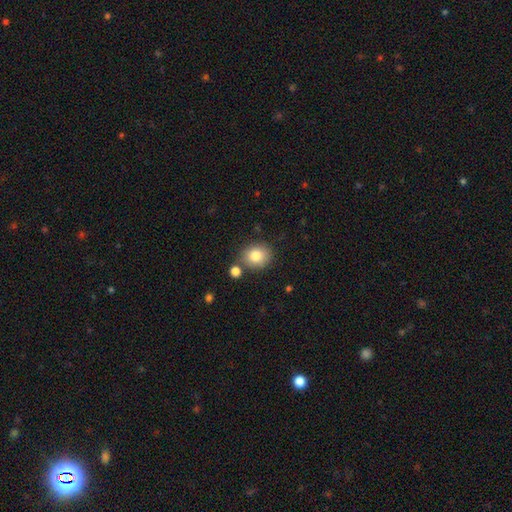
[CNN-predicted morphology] Smooth or featured?
  - smooth: 82% *
  - star or artifact: 9%
  - featured or disk: 9%
How rounded?
  - round: 65% *
  - in between: 34%
  - cigar-shaped: 1%
Merging?
  - none: 76% *
  - minor disturbance: 11%
  - merger: 9%
  - major disturbance: 3%